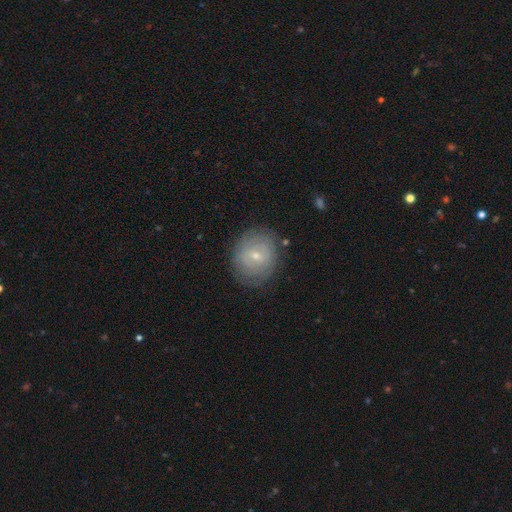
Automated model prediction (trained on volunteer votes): Smooth or featured?
  - featured or disk: 60% *
  - smooth: 32%
  - star or artifact: 8%
Edge-on disk?
  - no: 97% *
  - yes: 3%
Bar?
  - no: 52% *
  - weak: 40%
  - strong: 8%
Spiral arms?
  - yes: 74% *
  - no: 26%
Bulge size?
  - small: 67% *
  - moderate: 29%
  - large: 1%
  - none: 1%
  - dominant: 1%
Merging?
  - none: 80% *
  - minor disturbance: 13%
  - major disturbance: 5%
  - merger: 1%